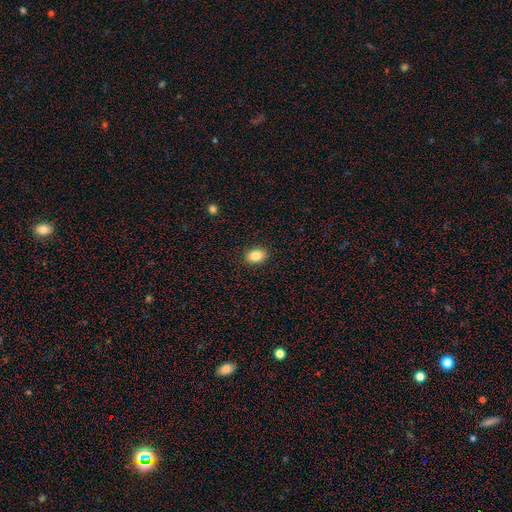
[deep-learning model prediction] Smooth or featured: smooth — 85% (star or artifact — 9%)
How rounded: in between — 71% (round — 28%)
Merging: none — 89% (minor disturbance — 8%)